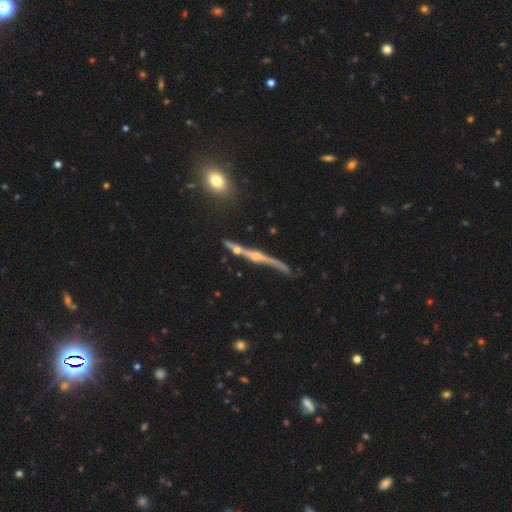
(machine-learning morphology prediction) The model was most divided on "merging": none: 59%, minor disturbance: 21%, merger: 10%, major disturbance: 10%. More confident: edge-on disk — yes (92%); smooth or featured — featured or disk (82%); edge-on bulge — rounded (81%).